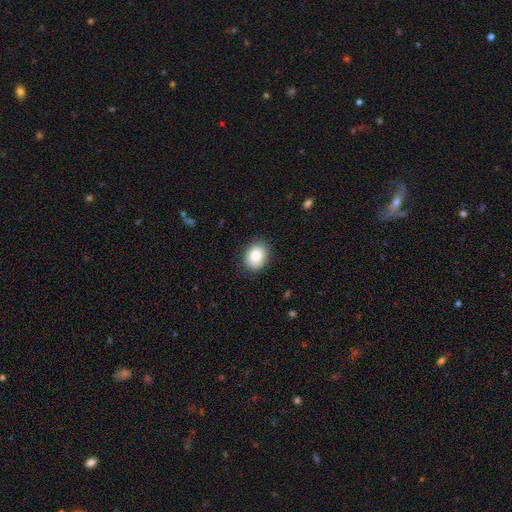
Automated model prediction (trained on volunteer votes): Smooth or featured? Predicted: smooth (p=0.84). How rounded? Predicted: in between (p=0.52). Merging? Predicted: none (p=0.87).